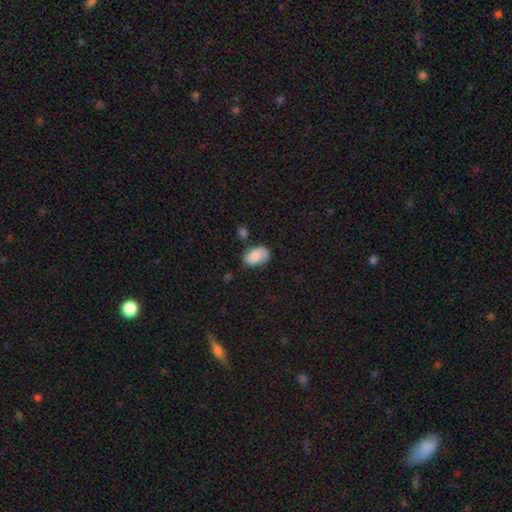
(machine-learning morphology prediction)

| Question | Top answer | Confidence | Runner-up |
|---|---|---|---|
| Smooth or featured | smooth | 75% | featured or disk (17%) |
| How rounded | in between | 88% | round (10%) |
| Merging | none | 63% | minor disturbance (25%) |